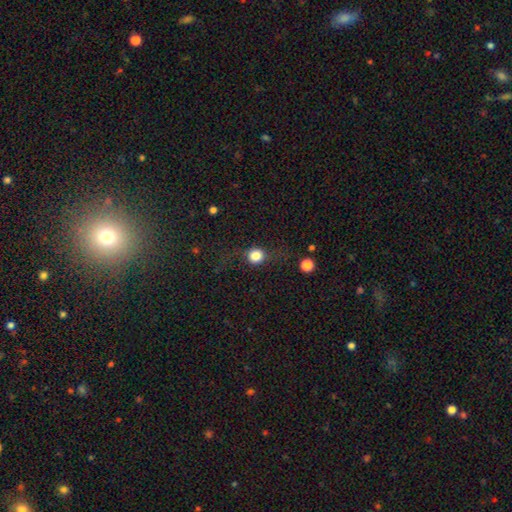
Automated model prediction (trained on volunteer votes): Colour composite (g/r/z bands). It shows a smooth galaxy with no disk features (77%) that is round (86%). Merging: none (75%).